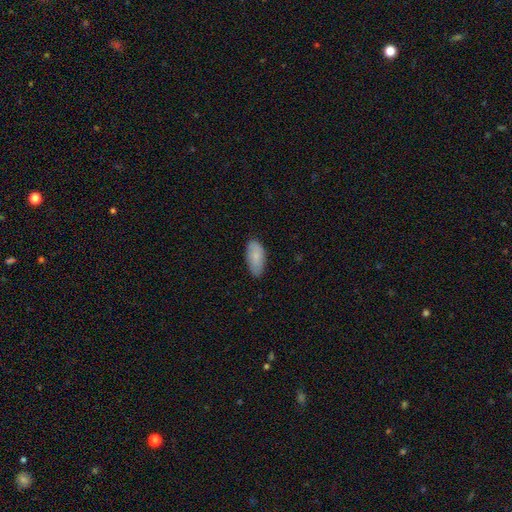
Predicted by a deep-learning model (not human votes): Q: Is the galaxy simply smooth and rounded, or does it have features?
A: smooth — 82%.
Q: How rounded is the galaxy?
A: in between — 91%.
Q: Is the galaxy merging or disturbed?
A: none — 81%.